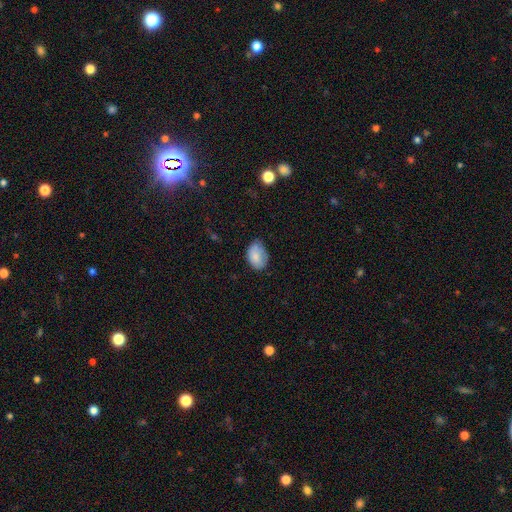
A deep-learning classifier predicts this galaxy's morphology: This is clearly a smooth galaxy (81%). How rounded: clearly in between (85%). Merging: possibly none (58%).